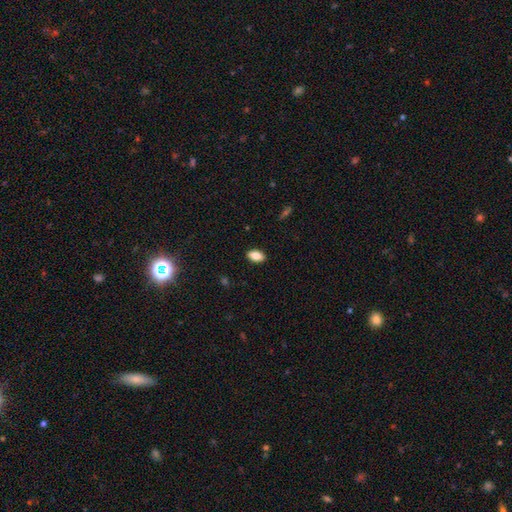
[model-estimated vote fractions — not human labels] The model was most divided on "smooth or featured": smooth: 83%, featured or disk: 9%, star or artifact: 8%. More confident: how rounded — in between (91%); merging — none (89%).